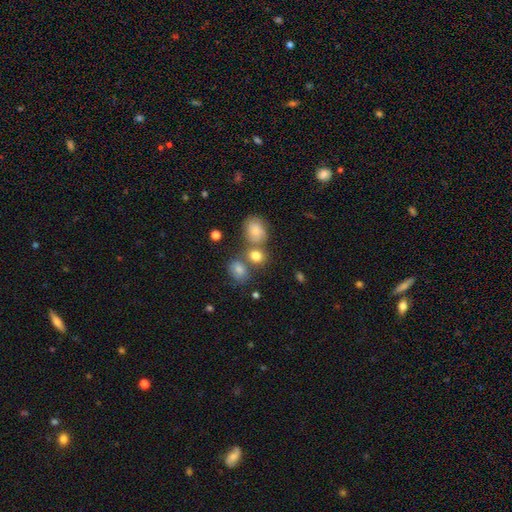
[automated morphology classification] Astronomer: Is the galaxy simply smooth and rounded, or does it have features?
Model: smooth — 77%.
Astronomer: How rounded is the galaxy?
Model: round — 61% (runner-up: in between, 37%).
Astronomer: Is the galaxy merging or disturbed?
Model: none — 51% (runner-up: merger, 31%).